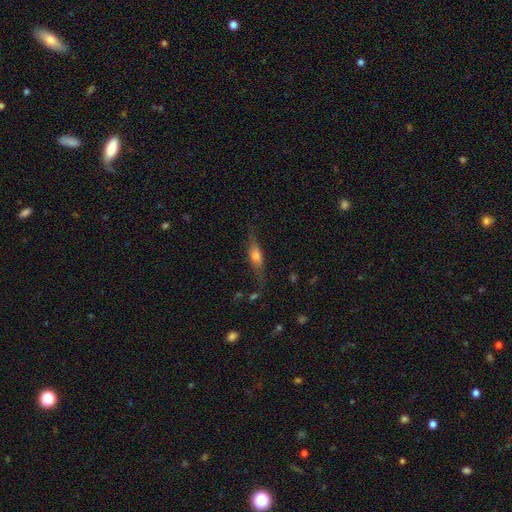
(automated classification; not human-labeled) smooth_or_featured: featured or disk (p=0.46) [alt: smooth p=0.45]
merging: none (p=0.74) [alt: minor disturbance p=0.17]